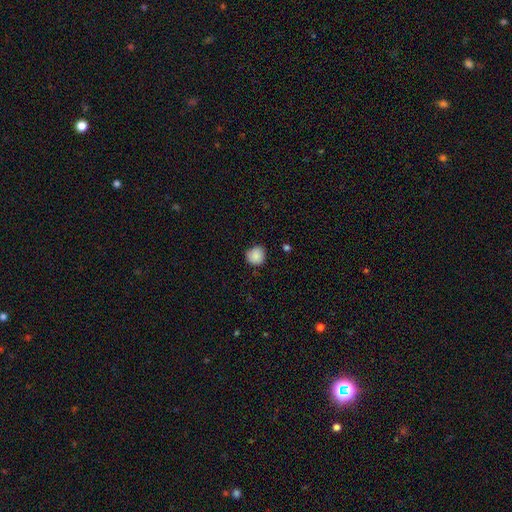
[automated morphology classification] smooth_or_featured: smooth (p=0.87) [alt: star or artifact p=0.08]
how_rounded: round (p=0.90) [alt: in between p=0.10]
merging: none (p=0.80) [alt: minor disturbance p=0.16]